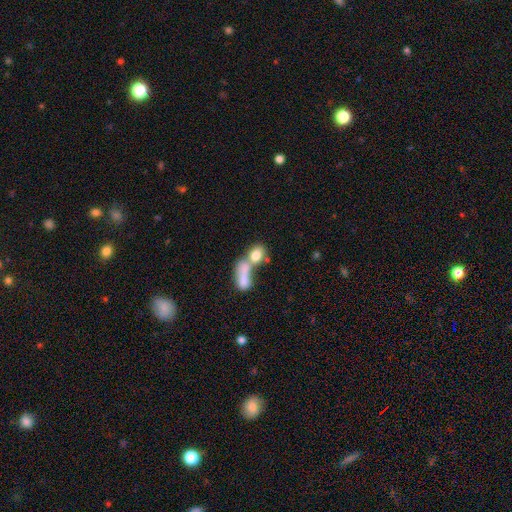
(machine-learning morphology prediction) A smooth galaxy with no disk features (75%) that is in between round and cigar-shaped (61%). Merging: merger (65%).